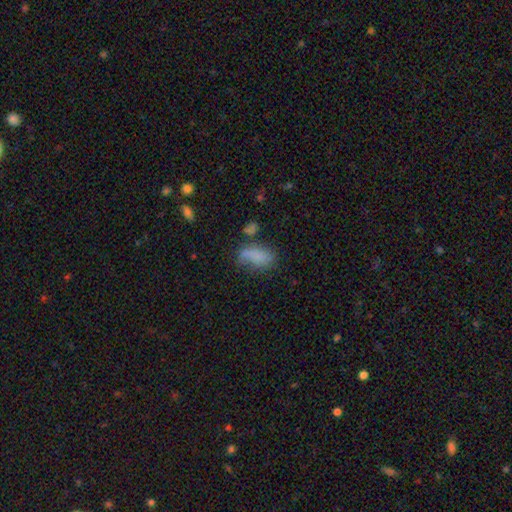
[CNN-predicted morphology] The model was most divided on "merging": none: 42%, minor disturbance: 28%, major disturbance: 21%, merger: 10%. More confident: how rounded — in between (84%); smooth or featured — smooth (75%).